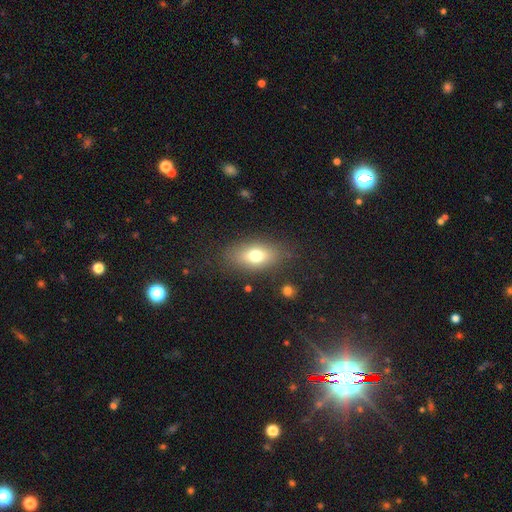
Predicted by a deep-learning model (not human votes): Smooth or featured? Predicted: smooth (p=0.72). How rounded? Predicted: in between (p=0.83). Merging? Predicted: none (p=0.81).